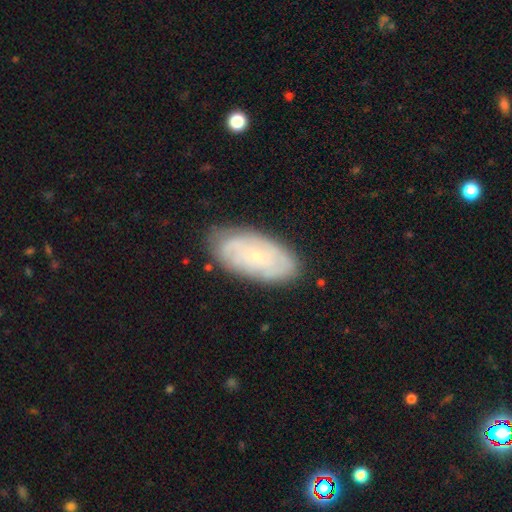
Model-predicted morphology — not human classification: smooth_or_featured: featured or disk (p=0.58) [alt: smooth p=0.35]
disk_edge_on: no (p=0.93) [alt: yes p=0.07]
bar: no (p=0.81) [alt: weak p=0.16]
has_spiral_arms: yes (p=0.78) [alt: no p=0.22]
bulge_size: small (p=0.80) [alt: moderate p=0.15]
merging: none (p=0.79) [alt: minor disturbance p=0.16]